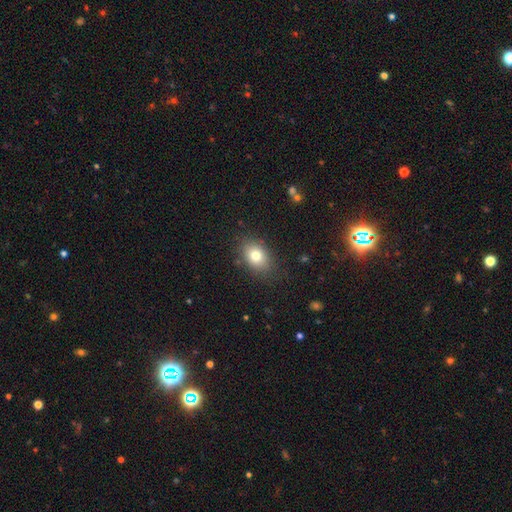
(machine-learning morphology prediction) Smooth or featured? smooth (78%)
How rounded? in between (76%)
Merging? none (83%)